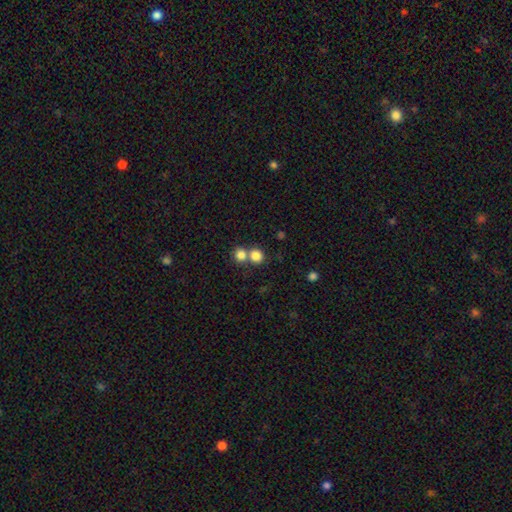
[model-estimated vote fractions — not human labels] Smooth or featured? Predicted: smooth (p=0.82). How rounded? Predicted: round (p=0.84). Merging? Predicted: none (p=0.50).